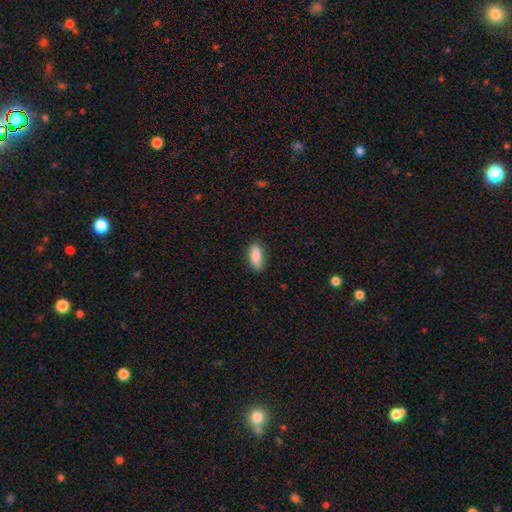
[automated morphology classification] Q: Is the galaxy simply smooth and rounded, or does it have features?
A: smooth — 87%.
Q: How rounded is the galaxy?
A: in between — 82%.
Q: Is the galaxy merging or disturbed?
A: none — 82%.